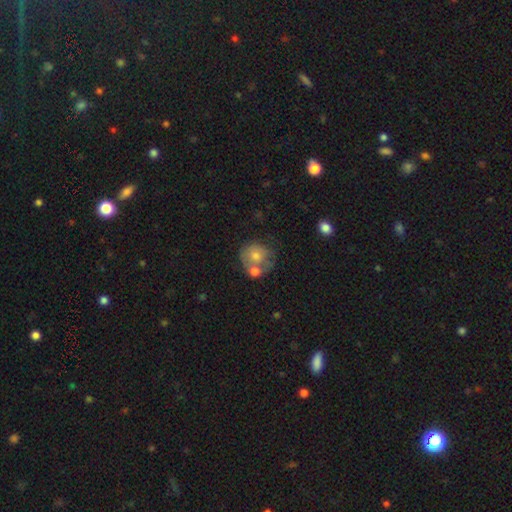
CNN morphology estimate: This appears to be a smooth galaxy with no disk features (63%) that is round (80%). Merging: none (39%).